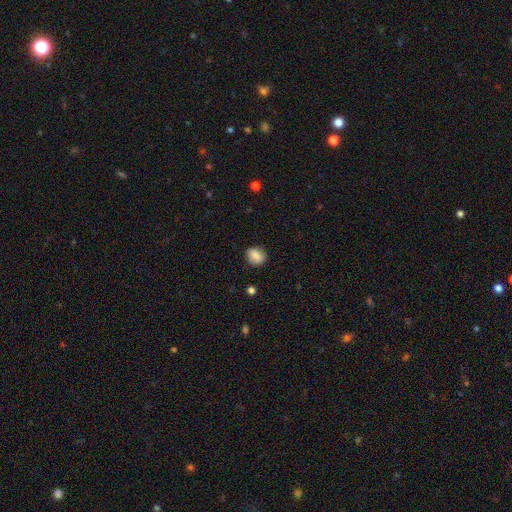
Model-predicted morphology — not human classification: Smooth or featured? Predicted: smooth (p=0.84). How rounded? Predicted: round (p=0.62). Merging? Predicted: none (p=0.85).